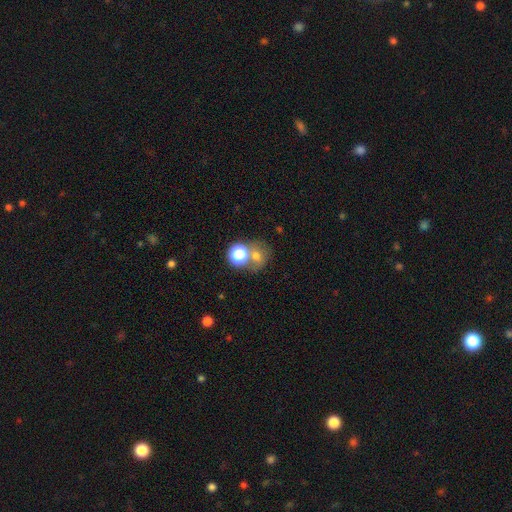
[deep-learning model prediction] Smooth or featured? Predicted: smooth (p=0.66). How rounded? Predicted: round (p=0.70). Merging? Predicted: none (p=0.42).